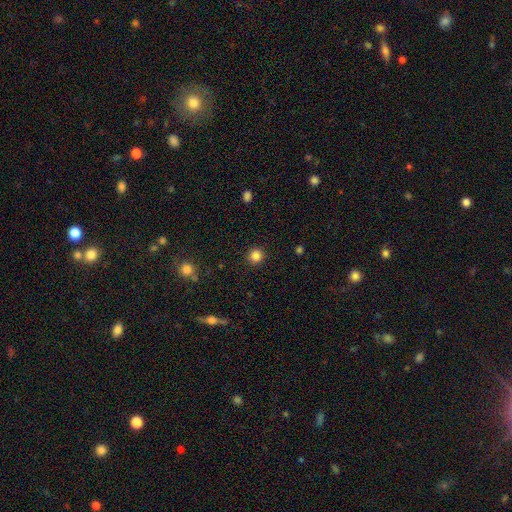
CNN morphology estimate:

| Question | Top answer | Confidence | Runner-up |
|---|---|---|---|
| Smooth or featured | smooth | 84% | star or artifact (12%) |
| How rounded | round | 92% | in between (7%) |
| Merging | none | 91% | minor disturbance (6%) |